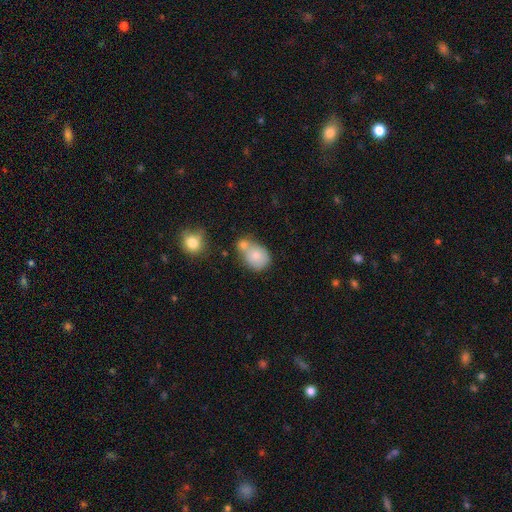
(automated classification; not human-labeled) Q: Smooth or featured?
A: smooth (77%); runner-up: featured or disk (15%)
Q: How rounded?
A: in between (51%); runner-up: round (48%)
Q: Merging?
A: merger (47%); runner-up: none (34%)